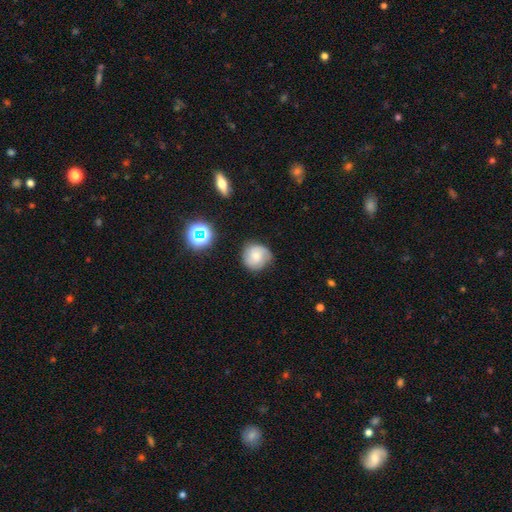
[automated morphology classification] Smooth or featured? Predicted: smooth (p=0.48). Merging? Predicted: none (p=0.74).